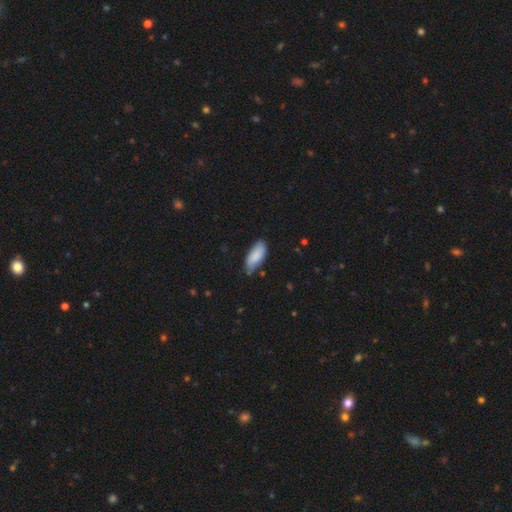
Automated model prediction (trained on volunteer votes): Morphology: type=smooth (86%); roundness=in between (87%); merging=none (73%).